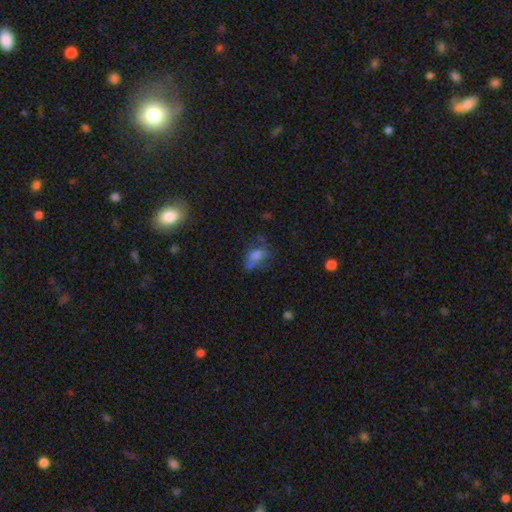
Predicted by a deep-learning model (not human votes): This is possibly a smooth galaxy (54%). How rounded: likely in between (66%). Merging: marginally none (42%).